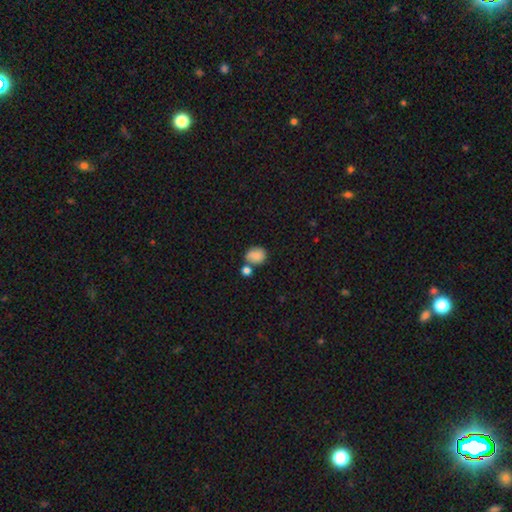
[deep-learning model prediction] Morphology: type=smooth (83%); roundness=round (59%); merging=none (50%).